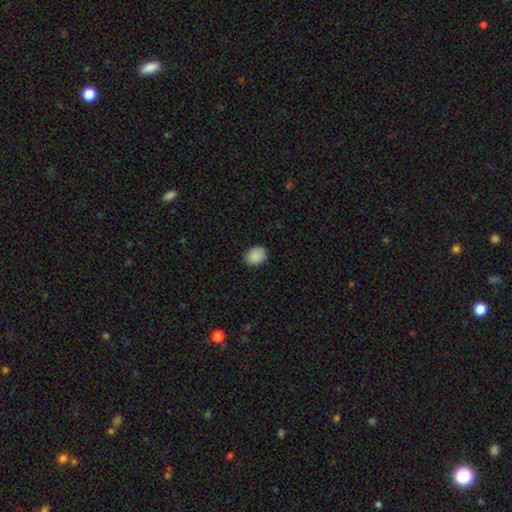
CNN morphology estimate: Smooth or featured?
  - smooth: 88% *
  - star or artifact: 8%
  - featured or disk: 3%
How rounded?
  - in between: 51% *
  - round: 48%
  - cigar-shaped: 1%
Merging?
  - none: 84% *
  - minor disturbance: 13%
  - major disturbance: 2%
  - merger: 1%